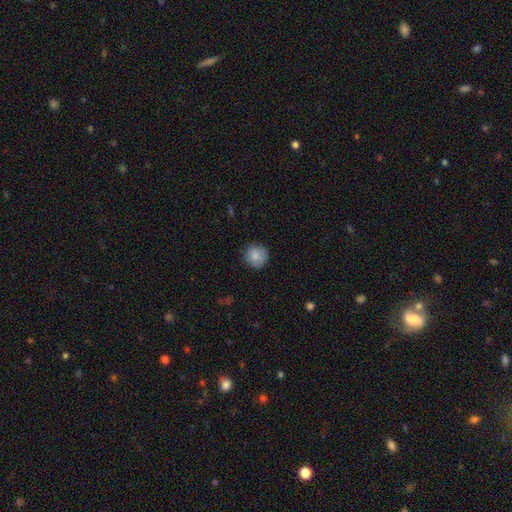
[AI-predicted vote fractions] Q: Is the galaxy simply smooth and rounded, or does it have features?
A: smooth — 86%.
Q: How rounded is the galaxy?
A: round — 93%.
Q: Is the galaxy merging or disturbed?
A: none — 87%.